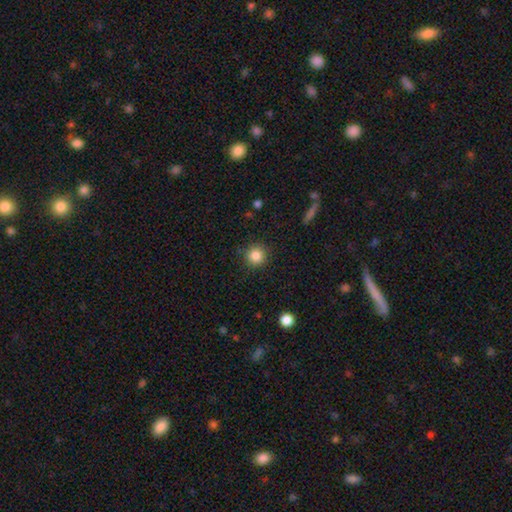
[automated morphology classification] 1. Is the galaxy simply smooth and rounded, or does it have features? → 85% smooth, 11% star or artifact, 5% featured or disk.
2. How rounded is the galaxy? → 94% round, 5% in between, 1% cigar-shaped.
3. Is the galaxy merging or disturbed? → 90% none, 7% minor disturbance, 2% major disturbance, 1% merger.